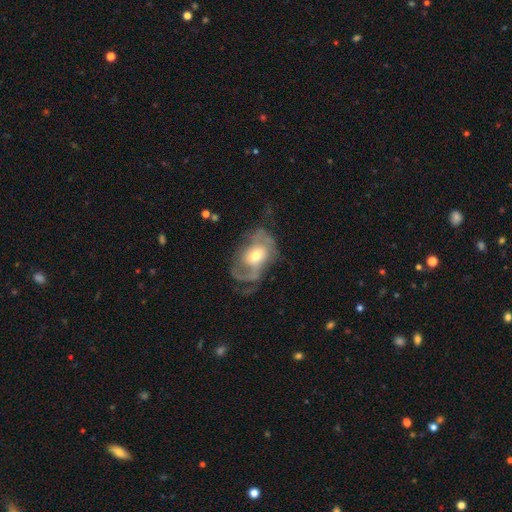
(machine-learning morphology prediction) Overall: featured or disk (60%; smooth 32%). Edge-on disk: no (95%). Bar: no (70%). Spiral arms: yes (62%; no 38%). Bulge size: moderate (65%). Merging: major disturbance (44%; none 31%).